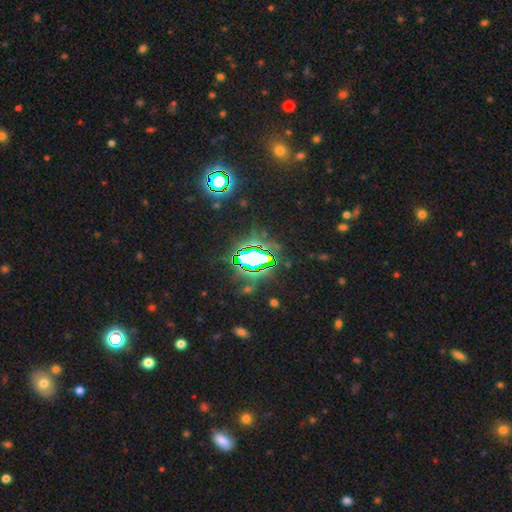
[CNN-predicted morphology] The model was most divided on "smooth or featured": star or artifact: 74%, smooth: 16%, featured or disk: 11%.